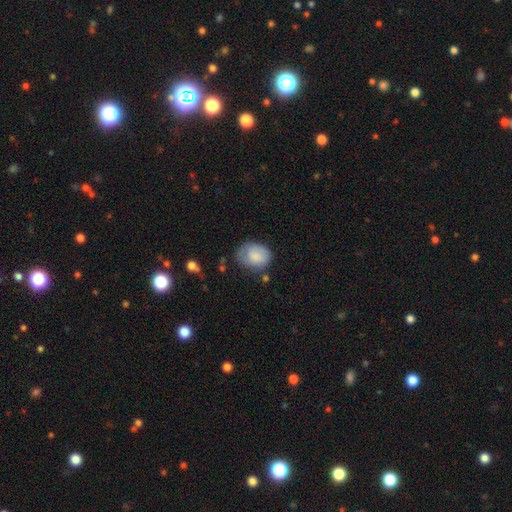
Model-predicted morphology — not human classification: This appears to be a smooth galaxy with no disk features (78%) that is in between round and cigar-shaped (59%). Merging: none (51%).